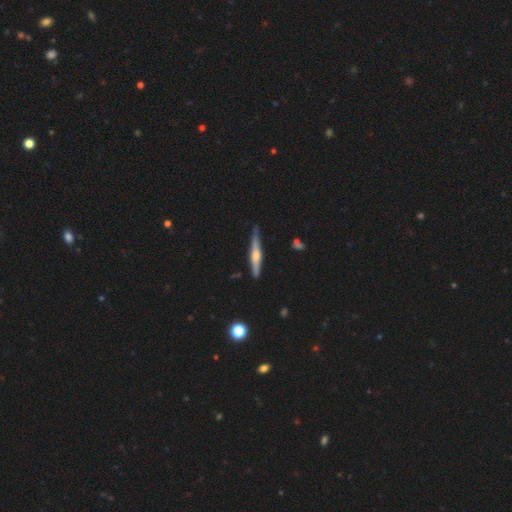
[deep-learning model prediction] Smooth or featured: featured or disk — 65% (smooth — 29%)
Edge-on disk: yes — 97% (no — 3%)
Edge-on bulge: rounded — 83% (boxy — 9%)
Merging: none — 80% (minor disturbance — 16%)